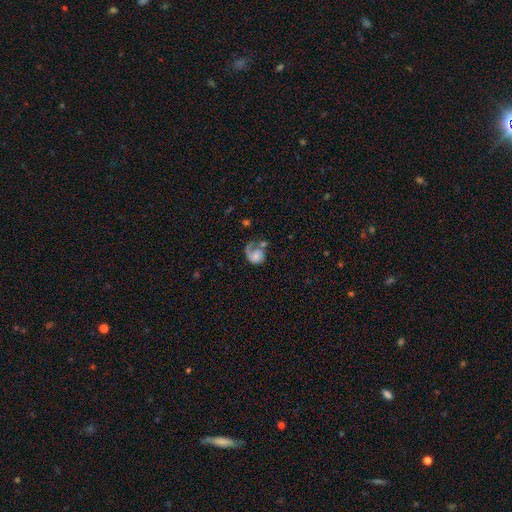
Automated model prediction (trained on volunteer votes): smooth_or_featured: featured or disk (p=0.65) [alt: smooth p=0.28]
disk_edge_on: no (p=0.98) [alt: yes p=0.02]
bar: no (p=0.76) [alt: weak p=0.20]
has_spiral_arms: yes (p=0.87) [alt: no p=0.13]
spiral_winding: loose (p=0.38) [alt: medium p=0.35]
spiral_arm_count: 1 (p=0.82) [alt: 2 p=0.10]
bulge_size: small (p=0.43) [alt: moderate p=0.32]
merging: major disturbance (p=0.36) [alt: none p=0.33]